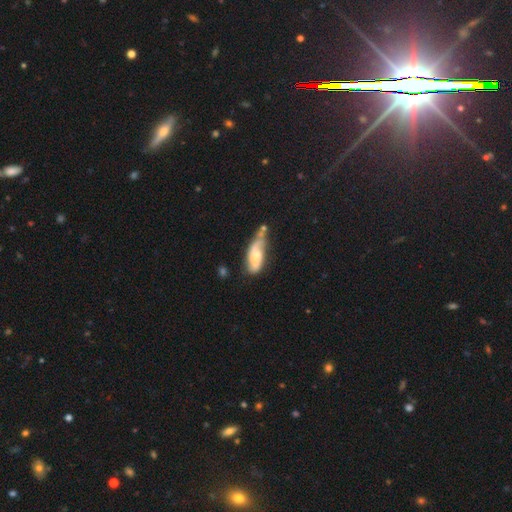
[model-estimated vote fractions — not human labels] A featured or disk galaxy (50%). Merging: minor disturbance (34%).